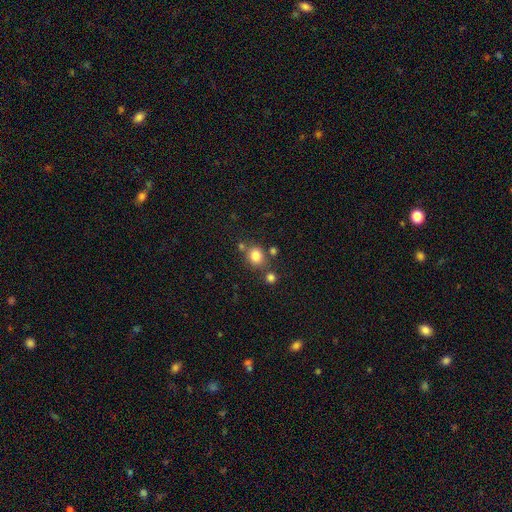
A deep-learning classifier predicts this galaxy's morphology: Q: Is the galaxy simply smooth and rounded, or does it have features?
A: smooth — 81%.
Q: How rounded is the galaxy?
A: round — 67%.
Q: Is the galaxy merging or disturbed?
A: none — 68%.